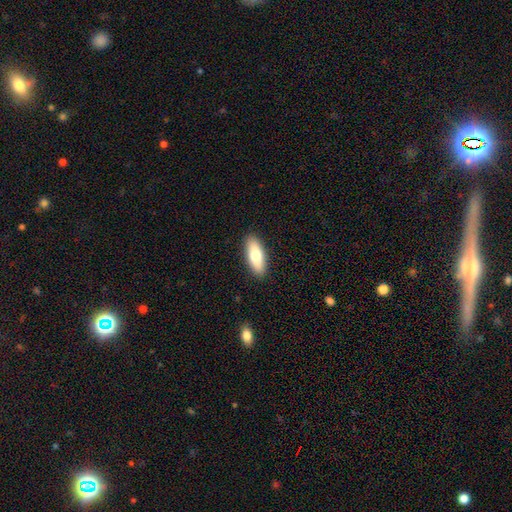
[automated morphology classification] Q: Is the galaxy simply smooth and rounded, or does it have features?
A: smooth — 75%.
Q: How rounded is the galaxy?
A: in between — 73%.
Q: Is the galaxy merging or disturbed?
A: none — 90%.